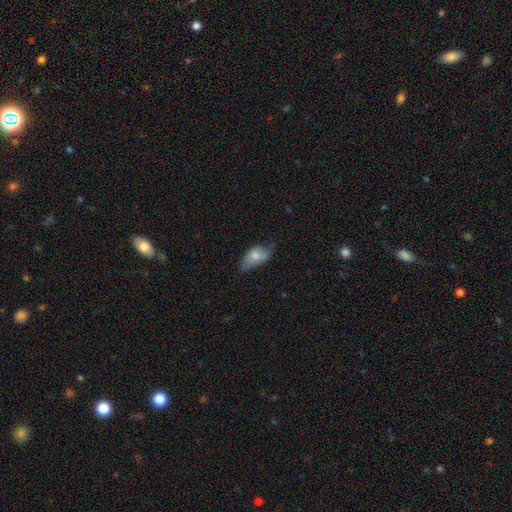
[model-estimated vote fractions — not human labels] Smooth or featured? Predicted: smooth (p=0.67). How rounded? Predicted: in between (p=0.91). Merging? Predicted: minor disturbance (p=0.40).